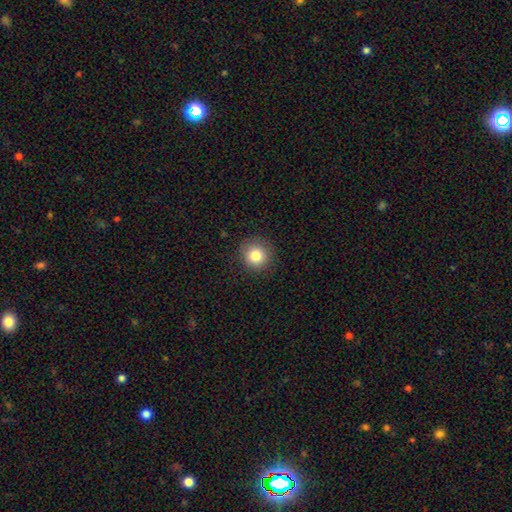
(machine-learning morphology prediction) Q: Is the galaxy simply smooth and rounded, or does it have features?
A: smooth — 83%.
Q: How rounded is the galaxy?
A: round — 94%.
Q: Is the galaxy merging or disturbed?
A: none — 89%.